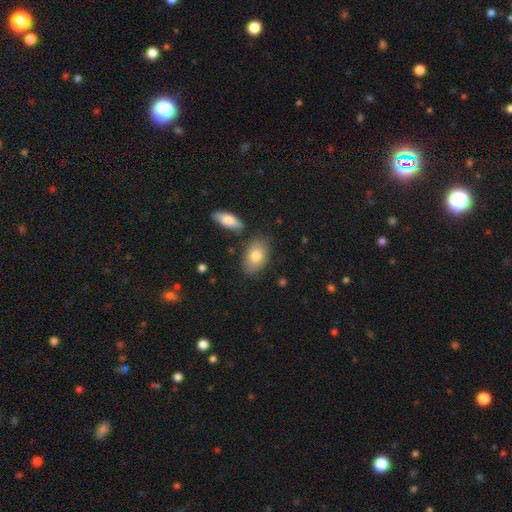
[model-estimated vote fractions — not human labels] This appears to be a smooth galaxy with no disk features (80%) that is in between round and cigar-shaped (90%). Merging: none (77%).